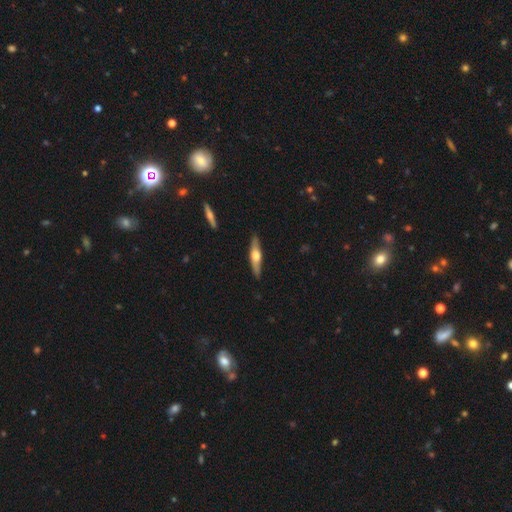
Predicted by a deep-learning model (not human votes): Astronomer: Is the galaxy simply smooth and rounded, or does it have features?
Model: featured or disk — 60% (runner-up: smooth, 35%).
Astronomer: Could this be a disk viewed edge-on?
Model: yes — 94%.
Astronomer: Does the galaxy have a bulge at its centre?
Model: rounded — 92%.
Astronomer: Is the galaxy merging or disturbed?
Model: none — 89%.